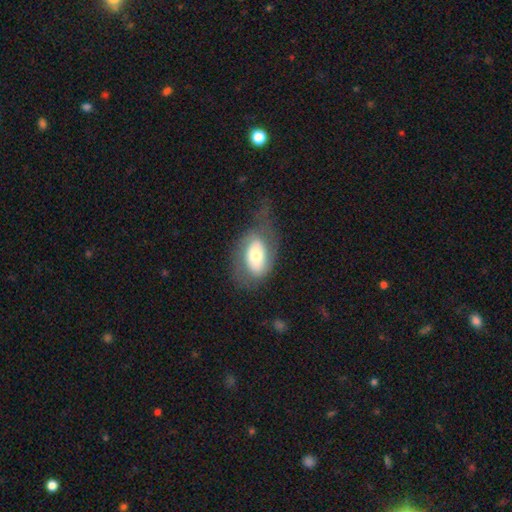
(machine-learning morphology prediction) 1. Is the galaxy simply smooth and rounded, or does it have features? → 55% smooth, 38% featured or disk, 7% star or artifact.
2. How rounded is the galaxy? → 88% in between, 10% round, 2% cigar-shaped.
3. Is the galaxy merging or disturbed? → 46% none, 27% major disturbance, 25% minor disturbance, 2% merger.